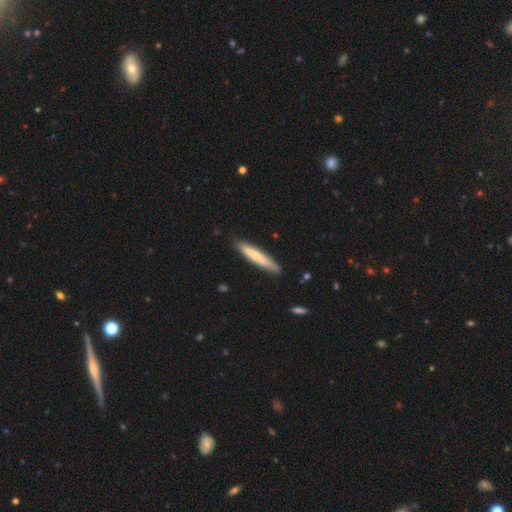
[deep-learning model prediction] smooth-or-featured: smooth: 67% | featured or disk: 28% | star or artifact: 5%
  how-rounded: cigar-shaped: 92% | in between: 7% | round: 1%
  merging: none: 83% | minor disturbance: 13% | major disturbance: 2% | merger: 2%